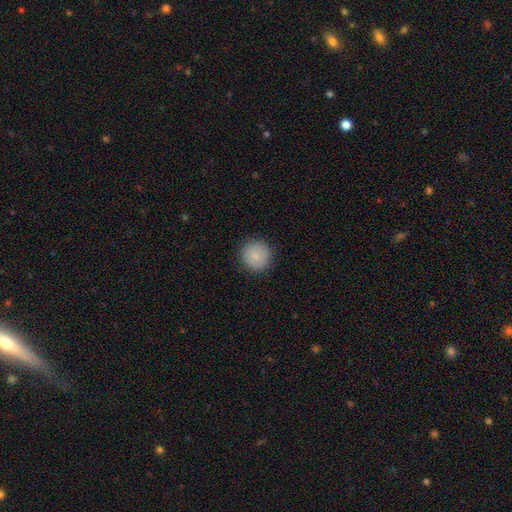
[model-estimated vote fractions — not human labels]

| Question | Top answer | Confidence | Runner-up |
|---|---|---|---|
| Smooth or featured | smooth | 86% | star or artifact (8%) |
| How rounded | round | 94% | in between (5%) |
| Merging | none | 89% | minor disturbance (7%) |